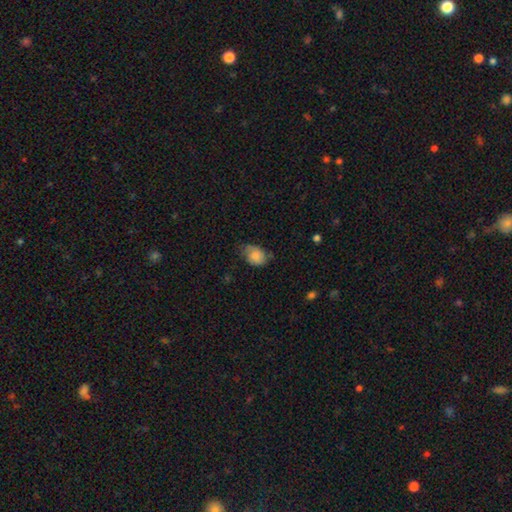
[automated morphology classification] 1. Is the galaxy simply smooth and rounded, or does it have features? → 76% smooth, 17% featured or disk, 8% star or artifact.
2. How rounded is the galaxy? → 65% in between, 34% round, 1% cigar-shaped.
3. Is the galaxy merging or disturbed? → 48% none, 38% minor disturbance, 12% major disturbance, 2% merger.